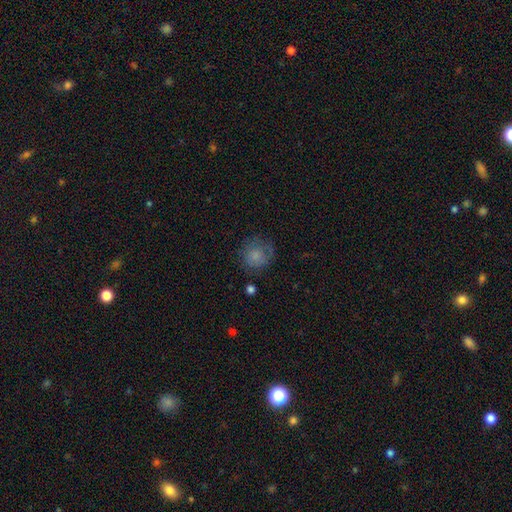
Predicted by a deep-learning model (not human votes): smooth-or-featured: smooth: 73% | featured or disk: 18% | star or artifact: 10%
  how-rounded: round: 86% | in between: 13% | cigar-shaped: 1%
  merging: none: 65% | minor disturbance: 21% | major disturbance: 11% | merger: 2%